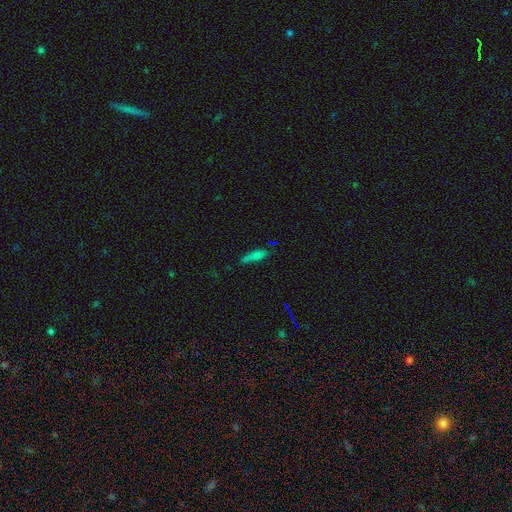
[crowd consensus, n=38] This is likely a smooth galaxy (76%). How rounded: likely cigar-shaped (69%). Merging: likely none (67%).